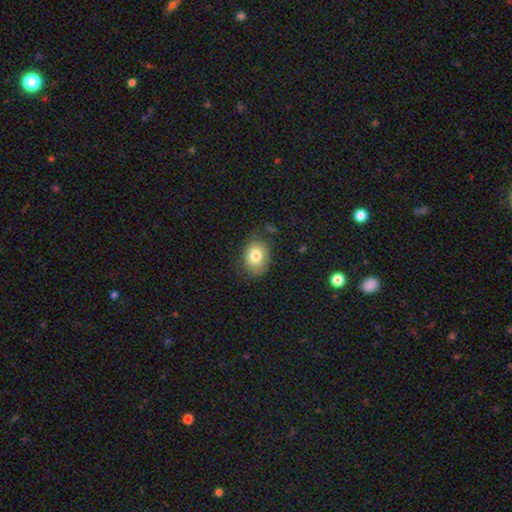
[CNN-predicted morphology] type=smooth (79%); roundness=in between (60%); merging=none (76%).